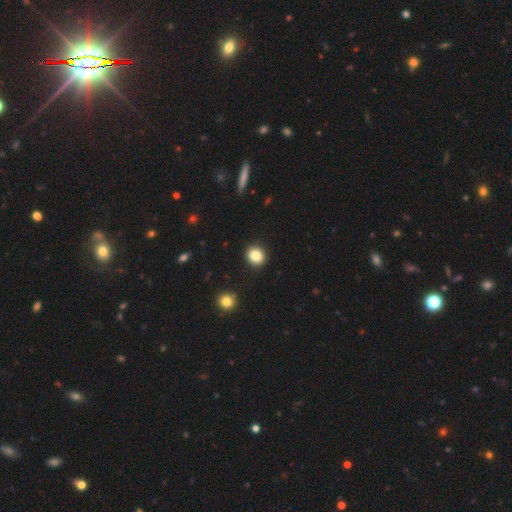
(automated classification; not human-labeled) smooth-or-featured: smooth: 86% | star or artifact: 10% | featured or disk: 4%
  how-rounded: round: 78% | in between: 21% | cigar-shaped: 1%
  merging: none: 91% | minor disturbance: 6% | major disturbance: 2% | merger: 1%